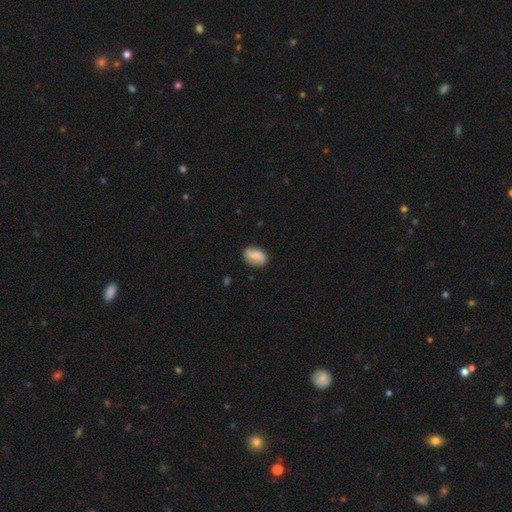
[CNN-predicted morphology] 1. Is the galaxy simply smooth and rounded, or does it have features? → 64% smooth, 28% featured or disk, 8% star or artifact.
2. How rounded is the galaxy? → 83% in between, 15% round, 2% cigar-shaped.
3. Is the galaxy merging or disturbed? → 75% none, 19% minor disturbance, 4% major disturbance, 2% merger.